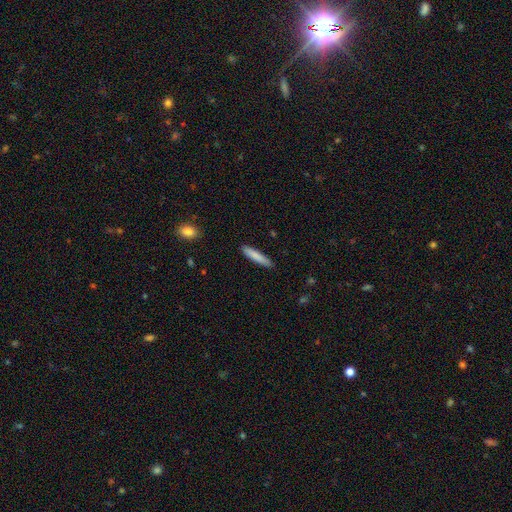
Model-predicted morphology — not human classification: smooth 83%, featured or disk 11%, star or artifact 6%. Down the decision tree: how rounded — cigar-shaped (89%); merging — none (89%).